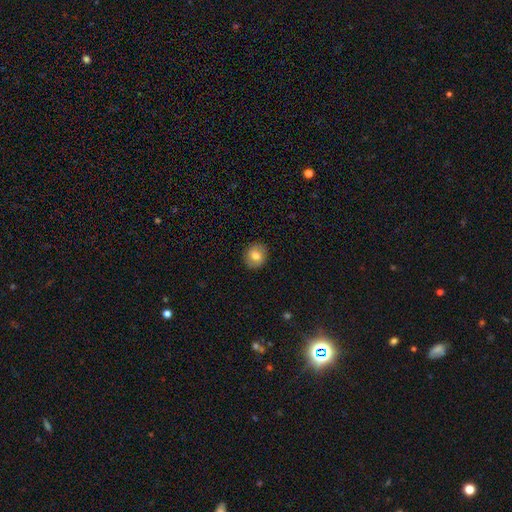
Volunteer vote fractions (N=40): Overall: smooth (82%). How rounded: round (79%). Merging: none (97%).